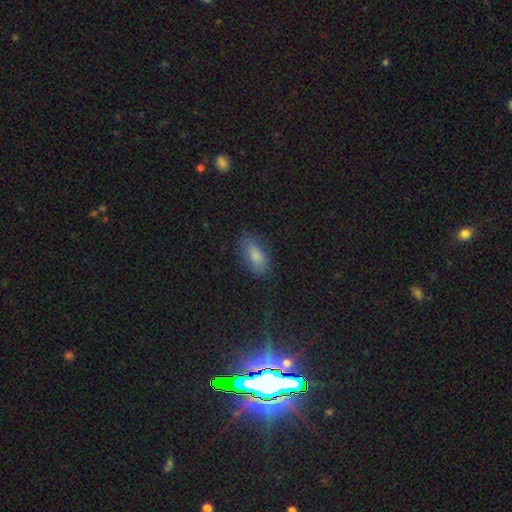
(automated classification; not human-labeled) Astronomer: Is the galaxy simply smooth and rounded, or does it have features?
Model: smooth — 80%.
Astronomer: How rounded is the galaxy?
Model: in between — 85%.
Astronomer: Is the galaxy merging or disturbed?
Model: none — 75%.